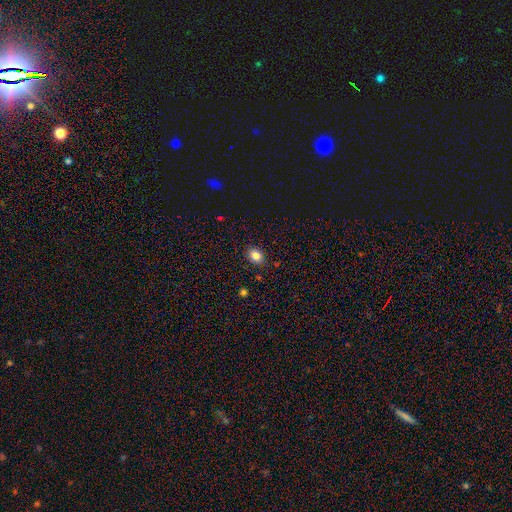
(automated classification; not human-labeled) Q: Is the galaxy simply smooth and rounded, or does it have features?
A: smooth — 84%.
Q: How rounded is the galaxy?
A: in between — 62%.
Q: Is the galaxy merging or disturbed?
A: none — 89%.